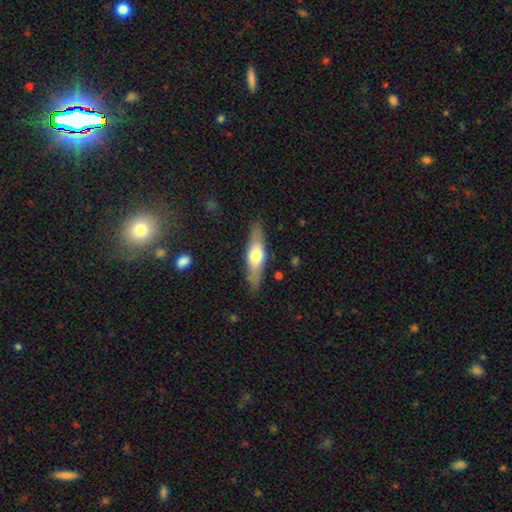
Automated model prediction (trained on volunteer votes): smooth-or-featured: smooth: 49% | featured or disk: 46% | star or artifact: 5%
  merging: none: 85% | minor disturbance: 11% | major disturbance: 3% | merger: 1%